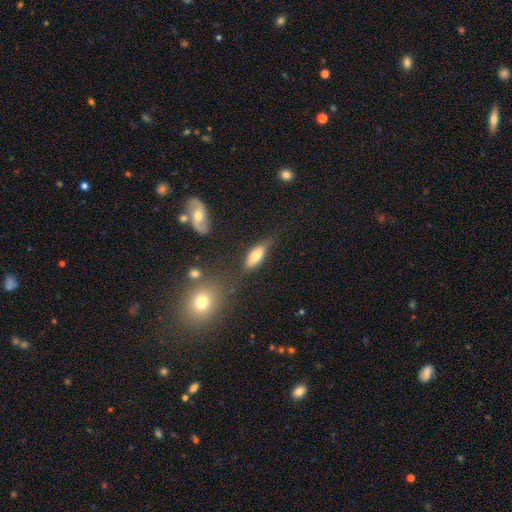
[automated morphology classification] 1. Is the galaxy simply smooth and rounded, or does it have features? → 72% smooth, 20% featured or disk, 8% star or artifact.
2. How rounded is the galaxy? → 74% in between, 23% cigar-shaped, 3% round.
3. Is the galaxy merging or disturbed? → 57% none, 27% minor disturbance, 10% major disturbance, 6% merger.